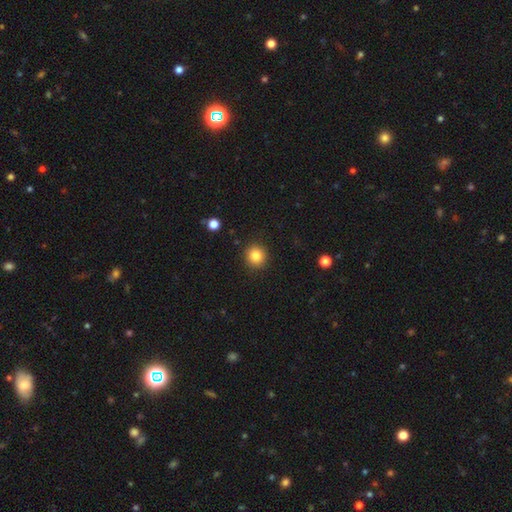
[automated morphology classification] This is clearly a smooth galaxy (84%). How rounded: clearly round (91%). Merging: clearly none (91%).